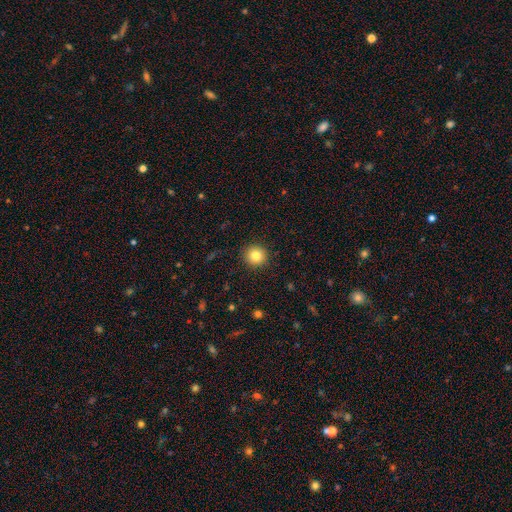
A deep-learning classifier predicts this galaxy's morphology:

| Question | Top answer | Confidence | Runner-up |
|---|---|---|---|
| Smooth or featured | smooth | 83% | star or artifact (10%) |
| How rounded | round | 94% | in between (6%) |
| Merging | none | 92% | minor disturbance (5%) |